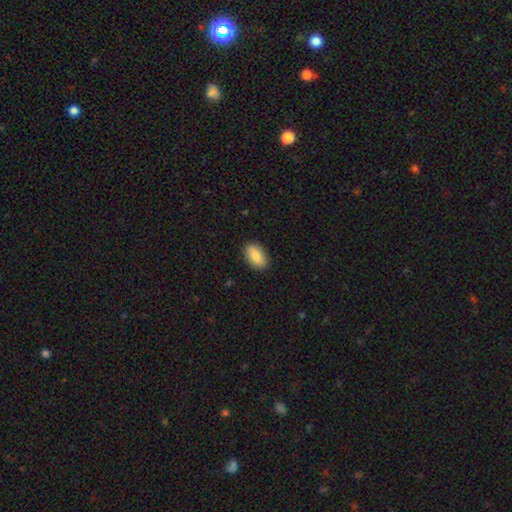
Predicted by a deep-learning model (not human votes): Smooth or featured? smooth (82%)
How rounded? in between (91%)
Merging? none (89%)